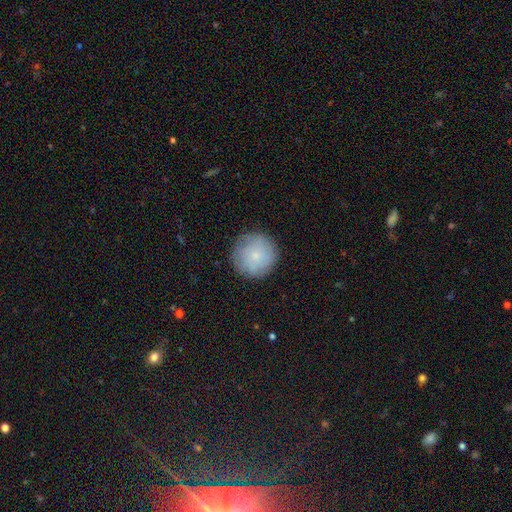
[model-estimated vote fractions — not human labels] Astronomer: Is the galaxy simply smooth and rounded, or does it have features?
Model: smooth — 73%.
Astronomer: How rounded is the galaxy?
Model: round — 95%.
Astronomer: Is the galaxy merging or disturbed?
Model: none — 85%.